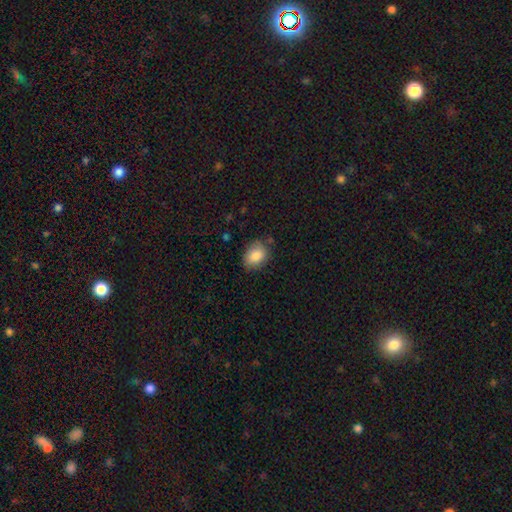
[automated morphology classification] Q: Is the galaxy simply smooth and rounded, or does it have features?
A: smooth — 85%.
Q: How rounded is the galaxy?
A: in between — 74%.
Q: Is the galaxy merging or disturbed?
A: none — 78%.